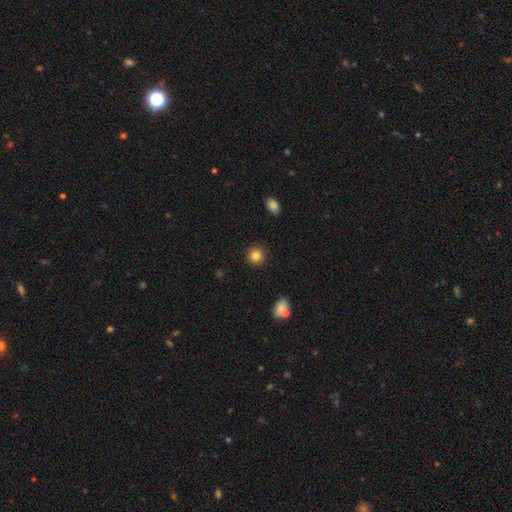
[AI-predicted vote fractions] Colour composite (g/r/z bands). It shows a smooth galaxy with no disk features (83%) that is round (92%). Merging: none (91%).